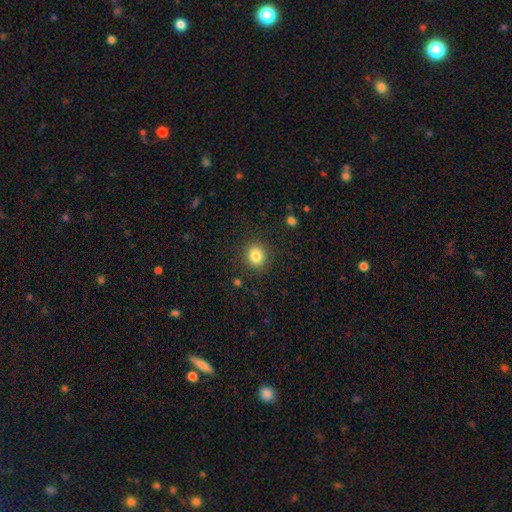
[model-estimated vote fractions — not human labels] This appears to be a smooth galaxy with no disk features (83%) that is round (80%). Merging: none (88%).